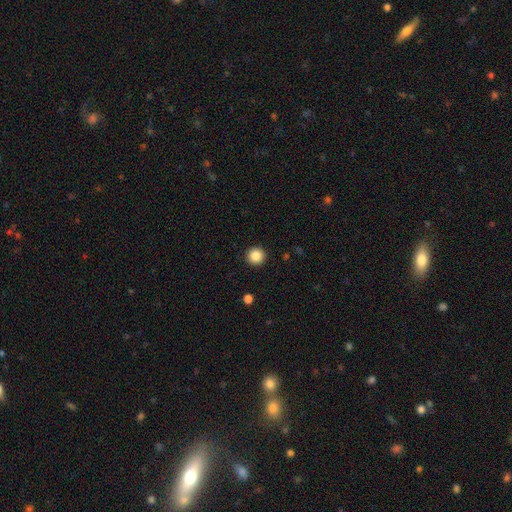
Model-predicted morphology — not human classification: type=smooth (86%); roundness=round (95%); merging=none (93%).